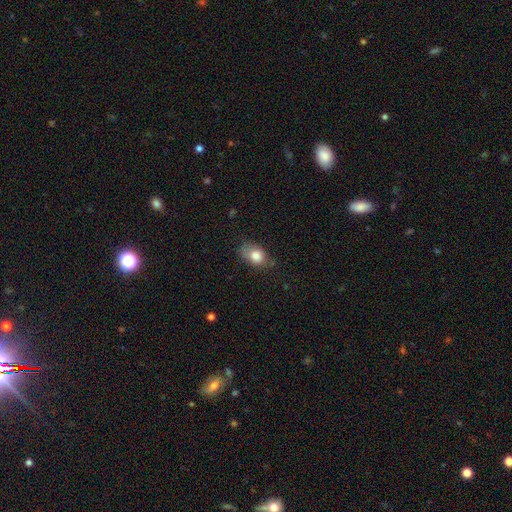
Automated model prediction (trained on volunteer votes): smooth-or-featured: smooth: 81% | featured or disk: 10% | star or artifact: 9%
  how-rounded: in between: 73% | round: 26% | cigar-shaped: 1%
  merging: none: 58% | minor disturbance: 31% | major disturbance: 9% | merger: 3%